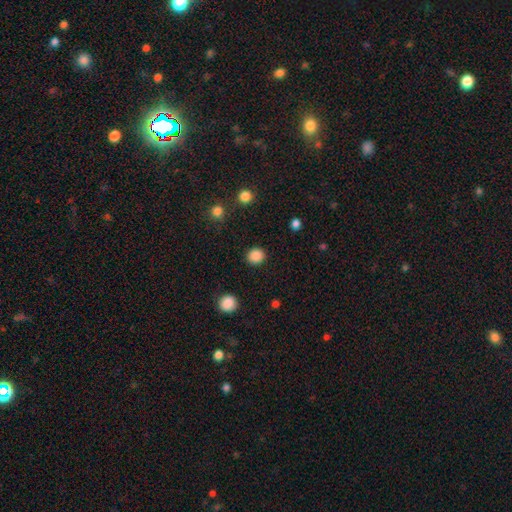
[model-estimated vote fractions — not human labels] Morphology: type=smooth (87%); roundness=round (89%); merging=none (91%).